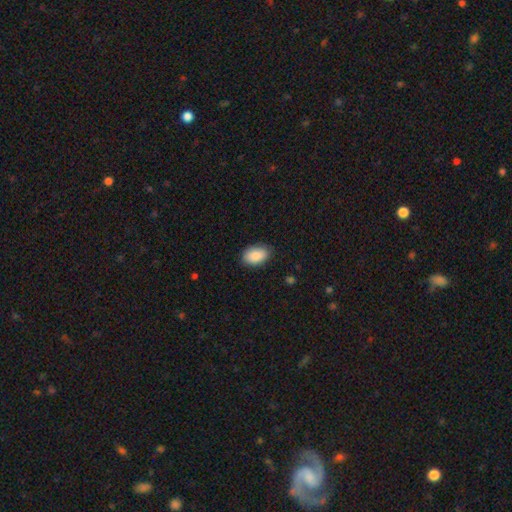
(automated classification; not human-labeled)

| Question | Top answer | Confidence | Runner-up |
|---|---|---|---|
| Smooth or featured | smooth | 89% | star or artifact (7%) |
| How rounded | in between | 92% | round (7%) |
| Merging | none | 83% | minor disturbance (13%) |